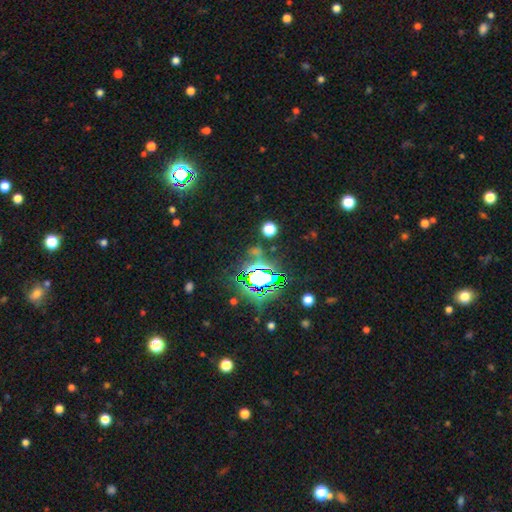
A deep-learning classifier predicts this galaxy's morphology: star or artifact 75%, smooth 16%, featured or disk 8%.